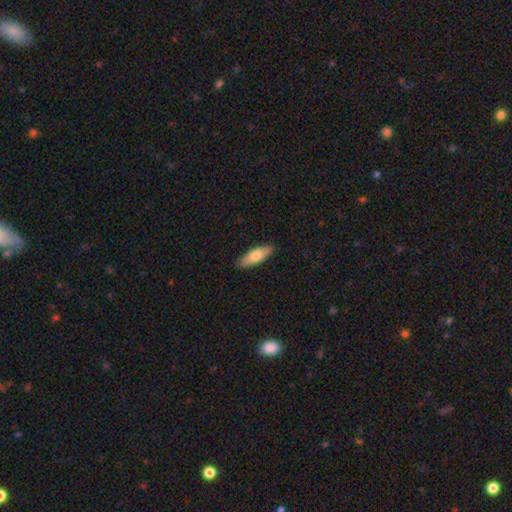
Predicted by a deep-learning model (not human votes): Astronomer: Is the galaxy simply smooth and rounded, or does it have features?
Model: smooth — 73%.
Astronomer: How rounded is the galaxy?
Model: in between — 57% (runner-up: cigar-shaped, 41%).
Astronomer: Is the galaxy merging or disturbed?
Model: none — 89%.